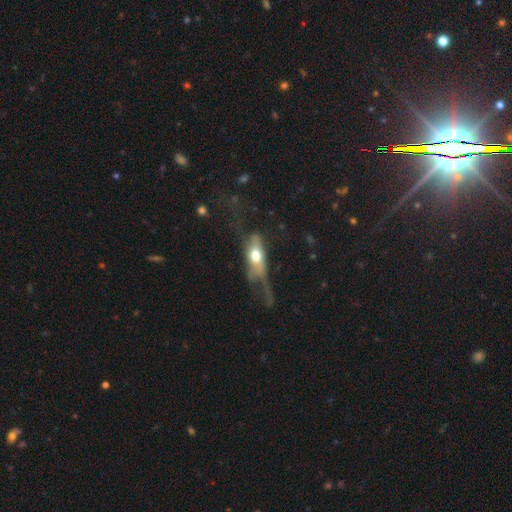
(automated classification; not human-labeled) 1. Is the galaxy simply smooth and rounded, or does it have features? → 52% smooth, 41% featured or disk, 7% star or artifact.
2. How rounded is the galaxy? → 72% in between, 23% cigar-shaped, 5% round.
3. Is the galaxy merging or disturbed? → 51% major disturbance, 24% none, 21% minor disturbance, 4% merger.